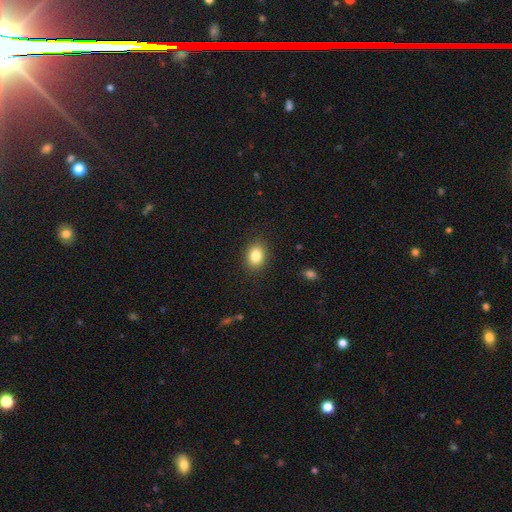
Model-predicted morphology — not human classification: smooth-or-featured: smooth: 83% | star or artifact: 9% | featured or disk: 8%
  how-rounded: in between: 61% | round: 38% | cigar-shaped: 1%
  merging: none: 88% | minor disturbance: 8% | major disturbance: 2% | merger: 1%